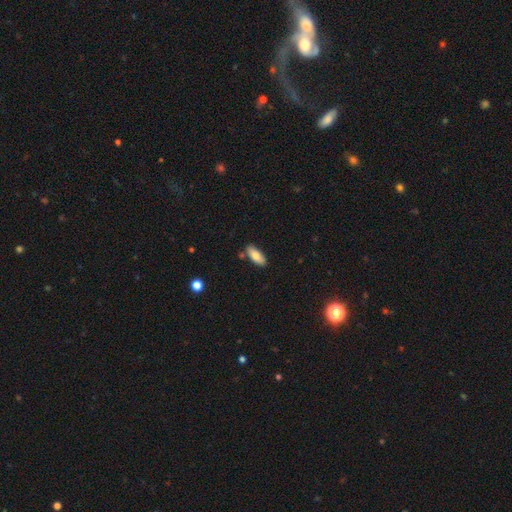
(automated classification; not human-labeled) Smooth or featured? Predicted: smooth (p=0.80). How rounded? Predicted: in between (p=0.80). Merging? Predicted: none (p=0.82).